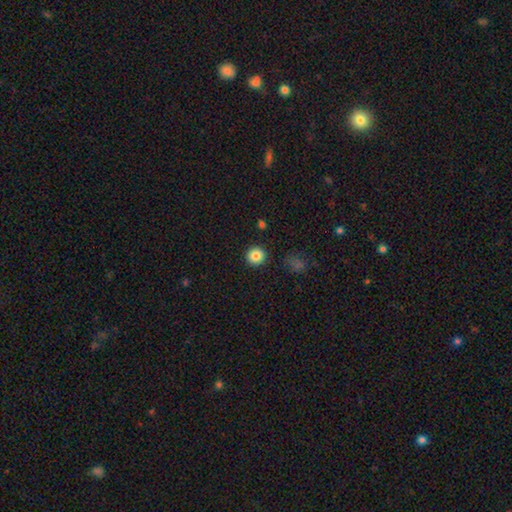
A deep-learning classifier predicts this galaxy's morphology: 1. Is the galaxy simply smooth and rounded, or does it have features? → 86% smooth, 10% star or artifact, 5% featured or disk.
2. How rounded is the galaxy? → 94% round, 5% in between, 1% cigar-shaped.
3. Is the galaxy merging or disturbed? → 92% none, 5% minor disturbance, 2% major disturbance, 1% merger.